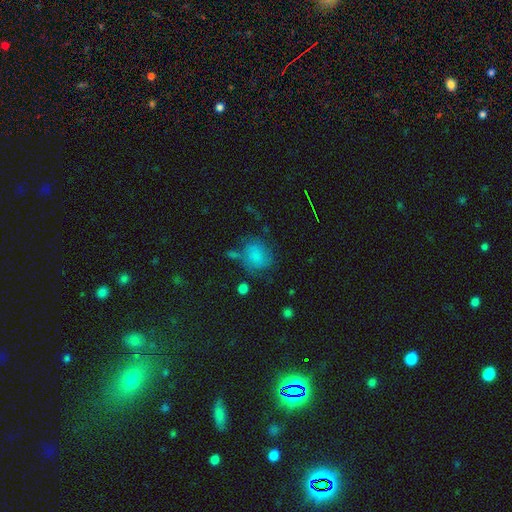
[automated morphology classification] A smooth galaxy with no disk features (73%) that is round (69%).

Vote fractions:
- Smooth or featured? smooth: 73% / featured or disk: 15% / star or artifact: 12%
- How rounded? round: 69% / in between: 30% / cigar-shaped: 1%
- Merging? none: 55% / minor disturbance: 23% / major disturbance: 12% / merger: 9%